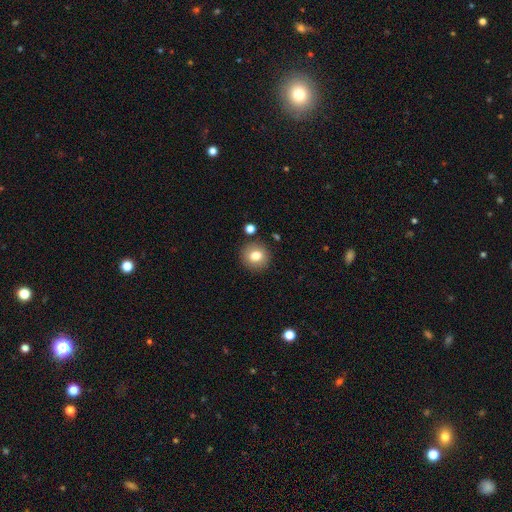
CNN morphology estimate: Smooth or featured? smooth (79%)
How rounded? round (90%)
Merging? none (88%)